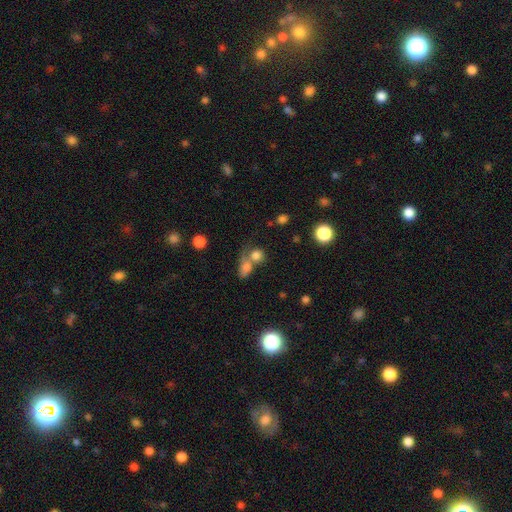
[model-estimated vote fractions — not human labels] Smooth or featured: smooth — 76% (star or artifact — 13%)
How rounded: round — 71% (in between — 26%)
Merging: merger — 50% (none — 34%)